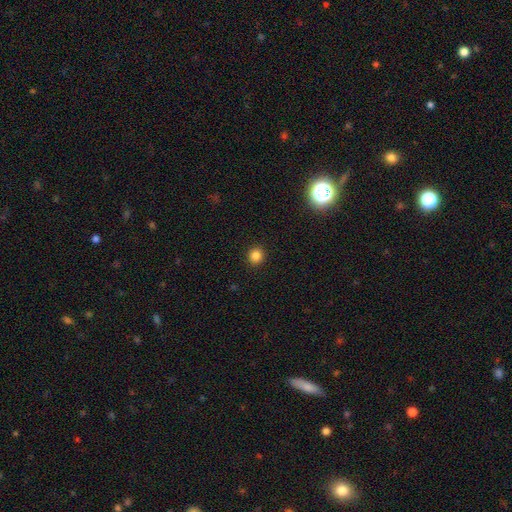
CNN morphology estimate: A smooth galaxy with no disk features (84%) that is round (90%). Merging: none (92%).